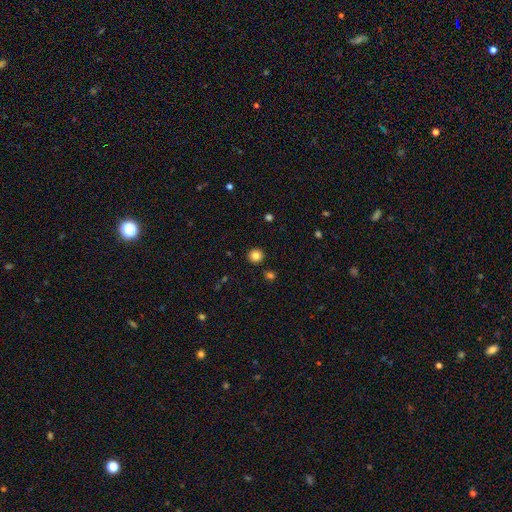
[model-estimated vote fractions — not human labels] Smooth or featured?
  - smooth: 83% *
  - star or artifact: 11%
  - featured or disk: 6%
How rounded?
  - round: 93% *
  - in between: 6%
  - cigar-shaped: 1%
Merging?
  - none: 92% *
  - minor disturbance: 5%
  - merger: 2%
  - major disturbance: 2%